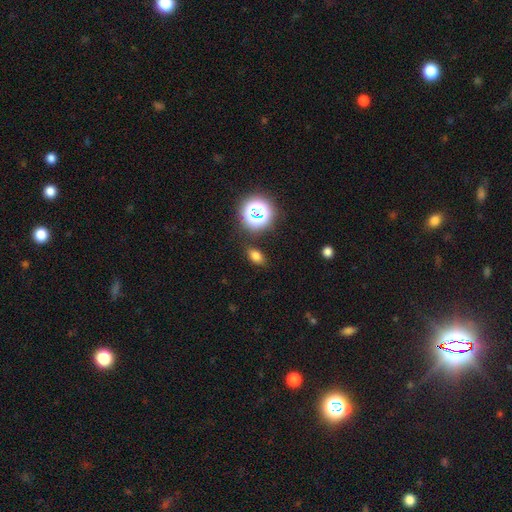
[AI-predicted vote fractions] Q: Smooth or featured?
A: smooth (72%); runner-up: star or artifact (21%)
Q: How rounded?
A: in between (80%); runner-up: round (17%)
Q: Merging?
A: none (83%); runner-up: minor disturbance (10%)